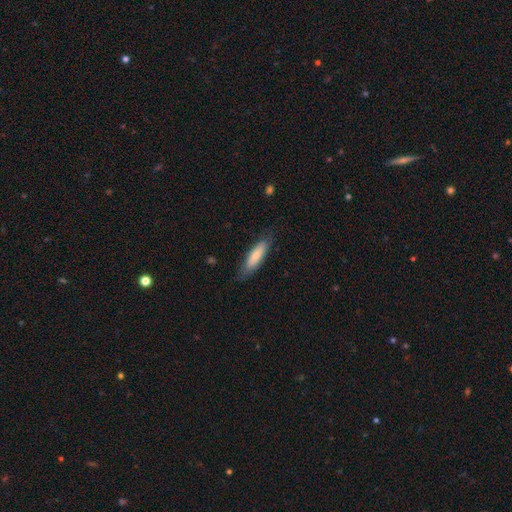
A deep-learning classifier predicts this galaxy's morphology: Smooth or featured? Predicted: smooth (p=0.78). How rounded? Predicted: cigar-shaped (p=0.59). Merging? Predicted: none (p=0.77).